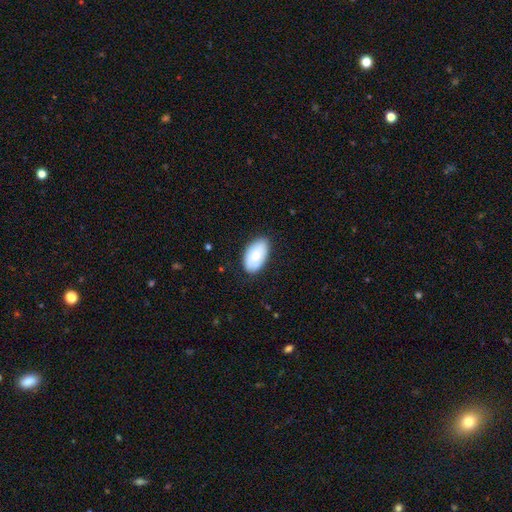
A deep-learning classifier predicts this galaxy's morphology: The model was most divided on "smooth or featured": smooth: 80%, featured or disk: 14%, star or artifact: 6%. More confident: how rounded — in between (96%); merging — none (82%).